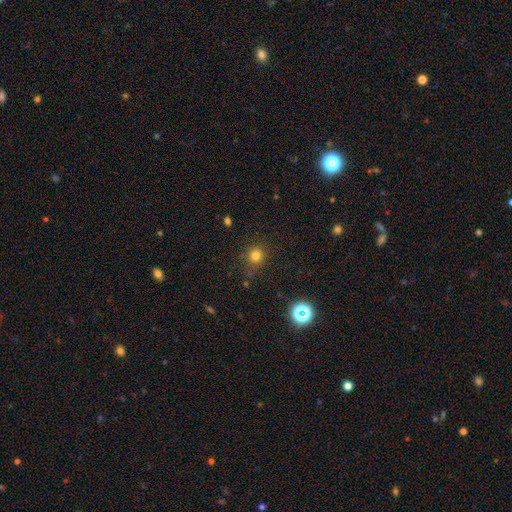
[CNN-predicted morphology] A smooth galaxy with no disk features (76%) that is round (90%).

Vote fractions:
- Smooth or featured? smooth: 76% / star or artifact: 18% / featured or disk: 6%
- How rounded? round: 90% / in between: 9% / cigar-shaped: 1%
- Merging? none: 82% / minor disturbance: 11% / major disturbance: 4% / merger: 2%